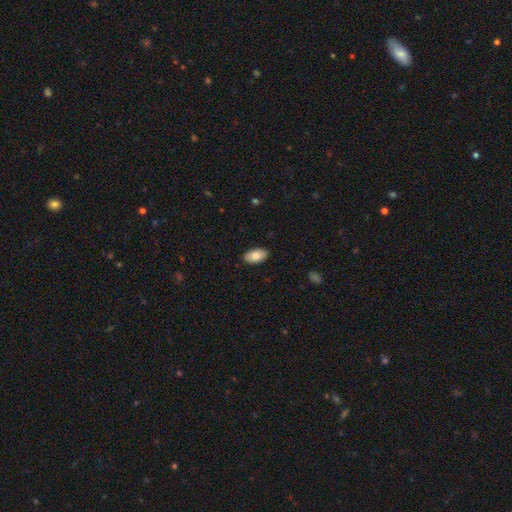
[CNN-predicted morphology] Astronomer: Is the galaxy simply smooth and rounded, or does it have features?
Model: smooth — 79%.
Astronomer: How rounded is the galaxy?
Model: in between — 94%.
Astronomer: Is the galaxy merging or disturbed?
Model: none — 89%.